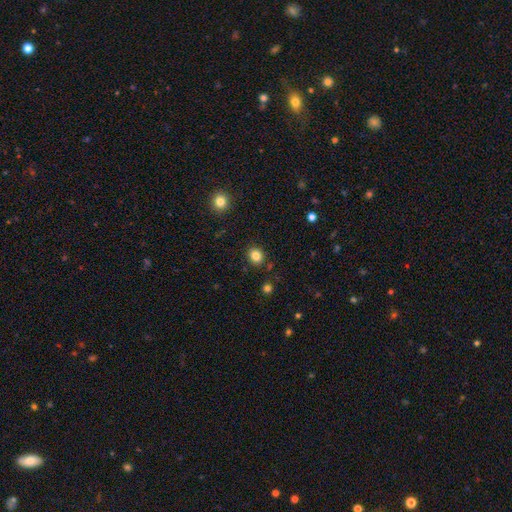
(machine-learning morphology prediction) Smooth or featured?
  - smooth: 84% *
  - star or artifact: 11%
  - featured or disk: 5%
How rounded?
  - round: 71% *
  - in between: 28%
  - cigar-shaped: 1%
Merging?
  - none: 87% *
  - minor disturbance: 8%
  - major disturbance: 3%
  - merger: 2%